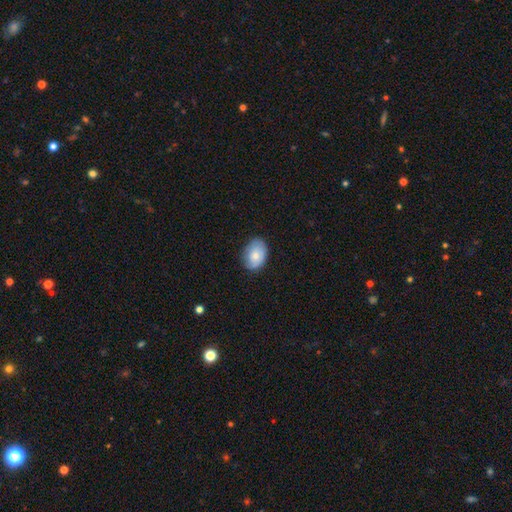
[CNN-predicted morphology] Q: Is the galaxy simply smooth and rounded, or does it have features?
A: smooth — 74%.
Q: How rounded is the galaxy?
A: in between — 80%.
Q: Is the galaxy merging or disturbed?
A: none — 75%.